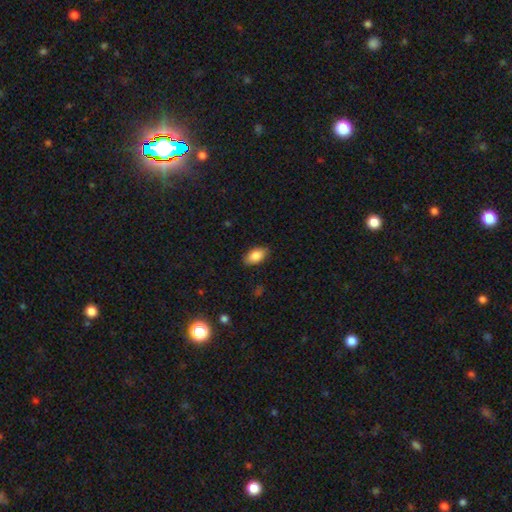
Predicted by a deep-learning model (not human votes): smooth 85%, featured or disk 8%, star or artifact 7%. Down the decision tree: how rounded — in between (93%); merging — none (86%).